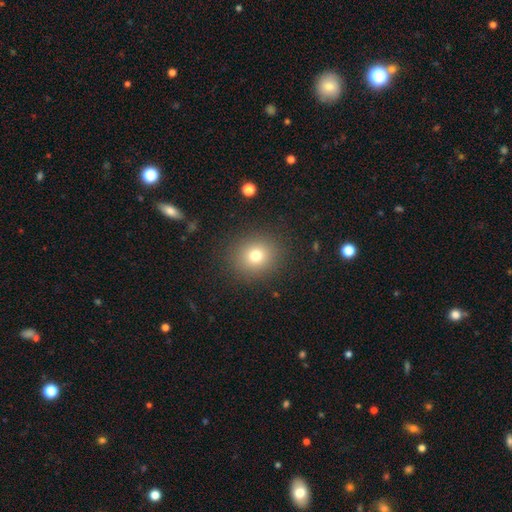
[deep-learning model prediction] smooth-or-featured: smooth: 75% | star or artifact: 15% | featured or disk: 10%
  how-rounded: round: 84% | in between: 15% | cigar-shaped: 1%
  merging: none: 89% | minor disturbance: 7% | major disturbance: 3% | merger: 1%